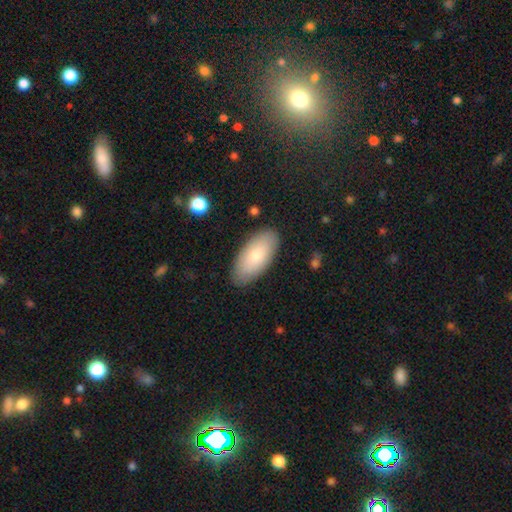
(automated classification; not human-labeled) Smooth or featured: smooth — 79% (featured or disk — 15%)
How rounded: in between — 92% (cigar-shaped — 6%)
Merging: none — 86% (minor disturbance — 11%)